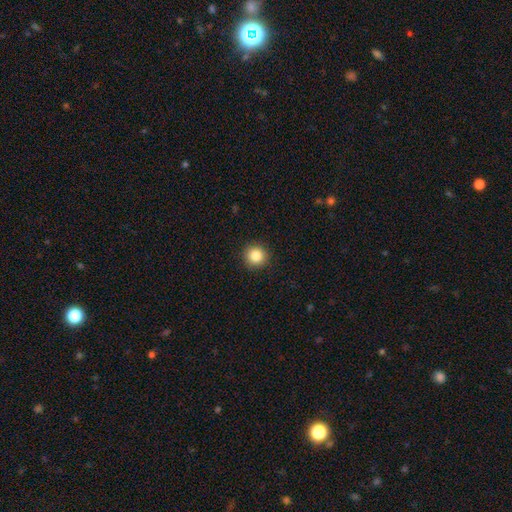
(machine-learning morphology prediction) Smooth or featured?
  - smooth: 85% *
  - star or artifact: 10%
  - featured or disk: 5%
How rounded?
  - round: 95% *
  - in between: 4%
  - cigar-shaped: 1%
Merging?
  - none: 92% *
  - minor disturbance: 5%
  - major disturbance: 2%
  - merger: 1%